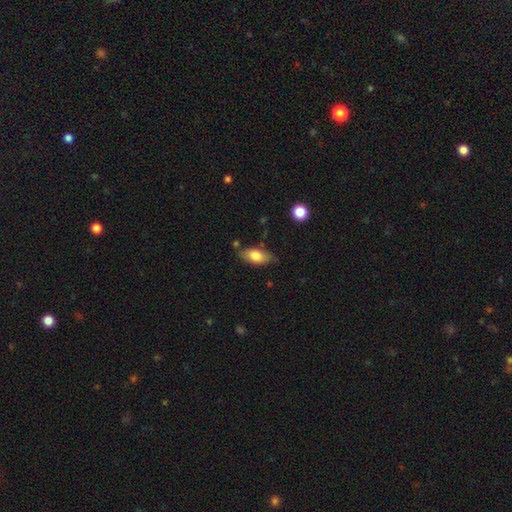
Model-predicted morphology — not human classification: smooth_or_featured: smooth (p=0.78) [alt: featured or disk p=0.16]
how_rounded: in between (p=0.86) [alt: cigar-shaped p=0.10]
merging: none (p=0.72) [alt: minor disturbance p=0.20]